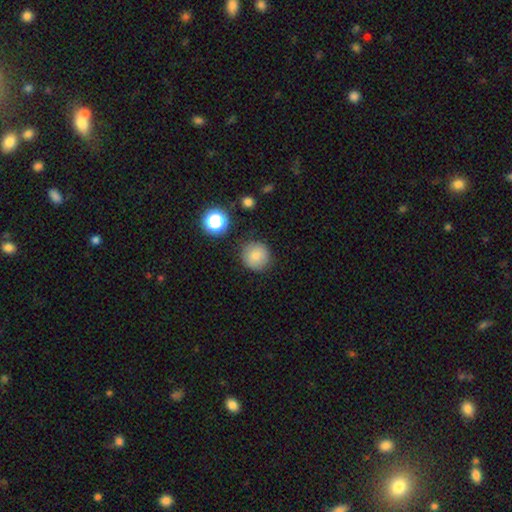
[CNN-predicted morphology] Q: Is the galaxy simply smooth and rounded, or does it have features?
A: smooth — 82%.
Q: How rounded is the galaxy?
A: round — 93%.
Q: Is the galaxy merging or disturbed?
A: none — 85%.